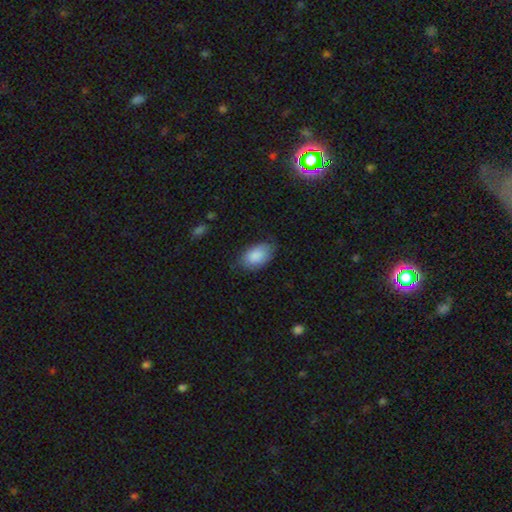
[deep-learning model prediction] smooth 86%, featured or disk 8%, star or artifact 6%. Down the decision tree: how rounded — in between (92%); merging — none (70%).